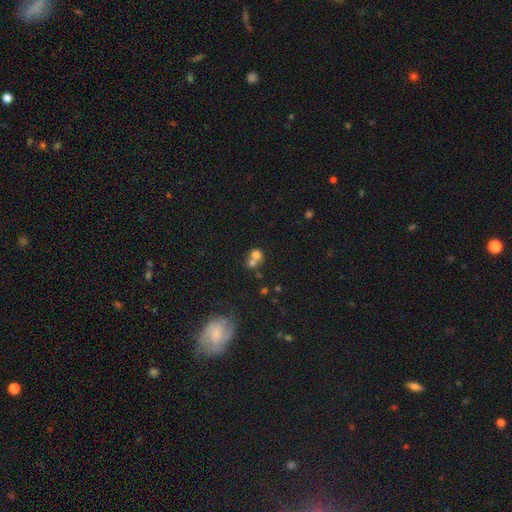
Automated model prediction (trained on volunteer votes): A smooth galaxy with no disk features (70%) that is round (73%). Merging: merger (64%).